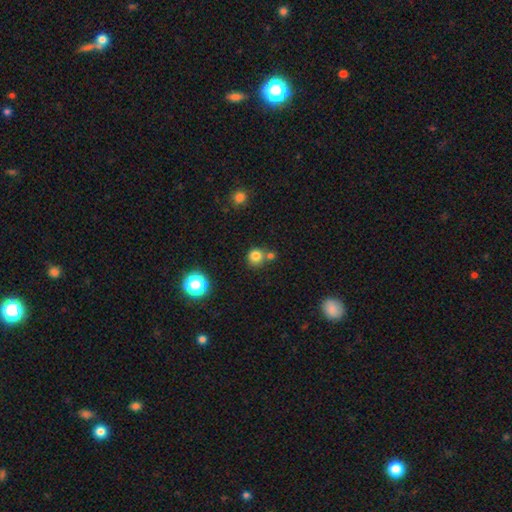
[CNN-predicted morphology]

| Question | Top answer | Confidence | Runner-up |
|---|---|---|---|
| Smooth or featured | smooth | 80% | star or artifact (14%) |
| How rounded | round | 90% | in between (9%) |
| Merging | none | 65% | merger (23%) |